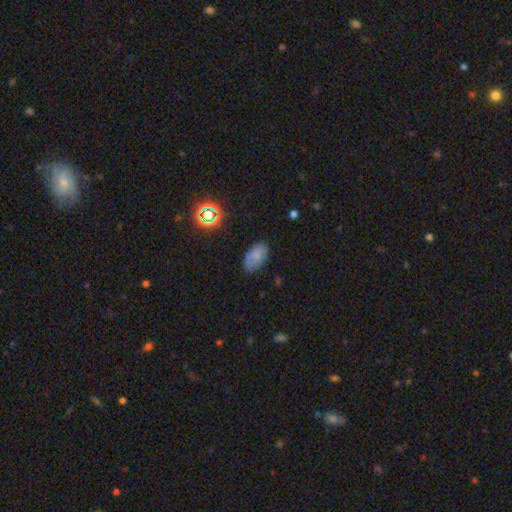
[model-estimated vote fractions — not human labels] A smooth galaxy with no disk features (74%) that is in between round and cigar-shaped (93%).

Vote fractions:
- Smooth or featured? smooth: 74% / featured or disk: 13% / star or artifact: 13%
- How rounded? in between: 93% / round: 5% / cigar-shaped: 2%
- Merging? none: 75% / minor disturbance: 19% / major disturbance: 5% / merger: 2%